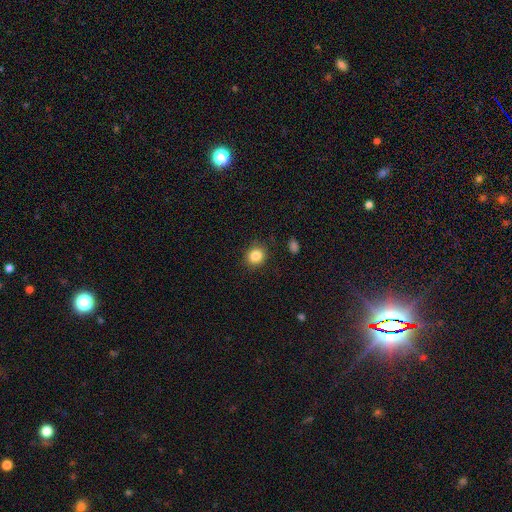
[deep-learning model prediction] A smooth galaxy with no disk features (85%) that is round (79%). Merging: none (88%).